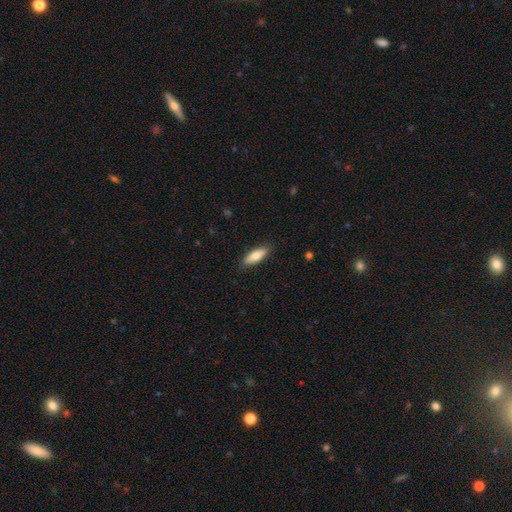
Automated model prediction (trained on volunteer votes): Overall: smooth (77%). How rounded: in between (60%; cigar-shaped 38%). Merging: none (87%).